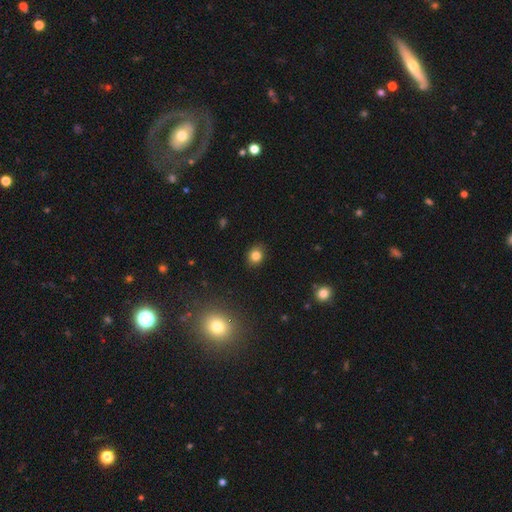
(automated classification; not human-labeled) A smooth galaxy with no disk features (82%) that is round (68%).

Vote fractions:
- Smooth or featured? smooth: 82% / star or artifact: 12% / featured or disk: 6%
- How rounded? round: 68% / in between: 31% / cigar-shaped: 1%
- Merging? none: 88% / minor disturbance: 9% / major disturbance: 2% / merger: 1%